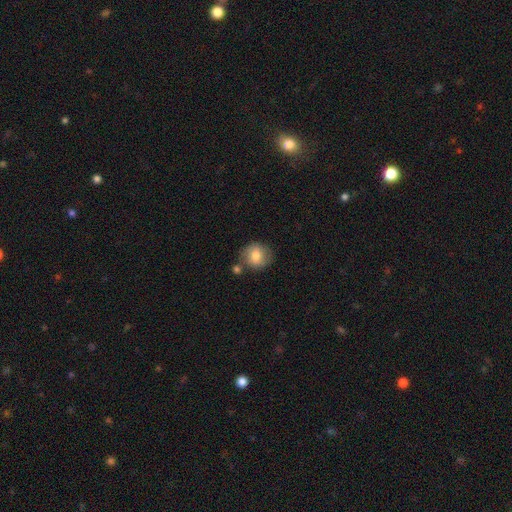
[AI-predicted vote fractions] Smooth or featured: smooth — 75% (featured or disk — 16%)
How rounded: round — 84% (in between — 15%)
Merging: none — 70% (minor disturbance — 15%)